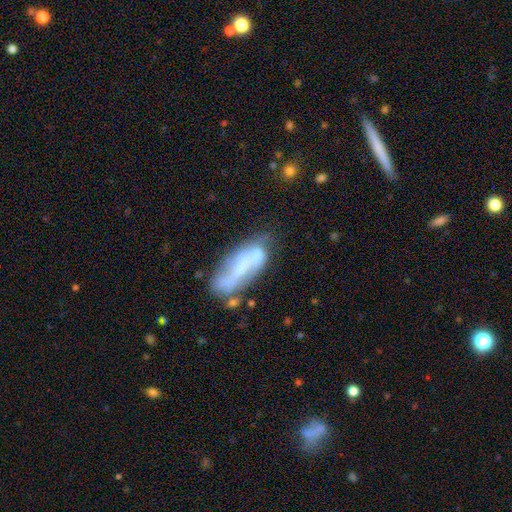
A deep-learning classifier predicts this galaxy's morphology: A featured or disk galaxy (53%).

Vote fractions:
- Smooth or featured? featured or disk: 53% / smooth: 38% / star or artifact: 9%
- Edge-on disk? no: 86% / yes: 14%
- Merging? none: 33% / major disturbance: 24% / minor disturbance: 22% / merger: 21%